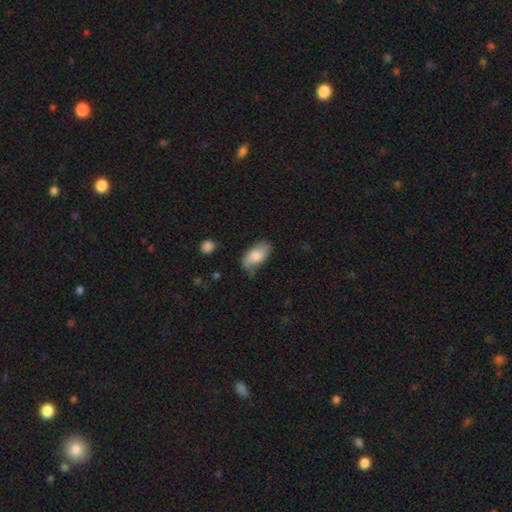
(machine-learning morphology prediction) A smooth galaxy with no disk features (74%) that is in between round and cigar-shaped (93%). Merging: none (61%).